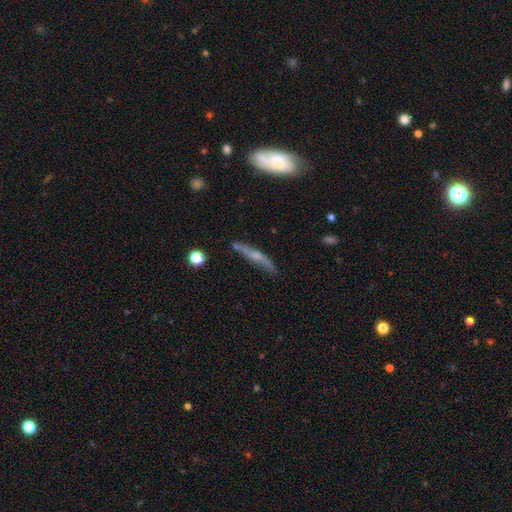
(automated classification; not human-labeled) Smooth or featured?
  - featured or disk: 62% *
  - smooth: 31%
  - star or artifact: 8%
Edge-on disk?
  - yes: 80% *
  - no: 20%
Merging?
  - none: 72% *
  - minor disturbance: 19%
  - major disturbance: 5%
  - merger: 4%